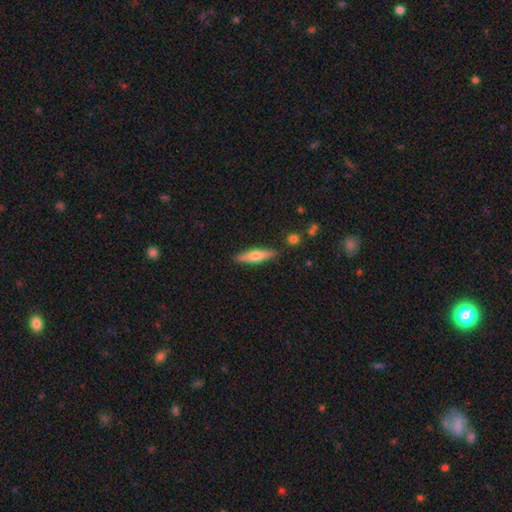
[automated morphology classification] Smooth or featured: smooth — 50% (featured or disk — 44%)
Merging: none — 87% (minor disturbance — 9%)